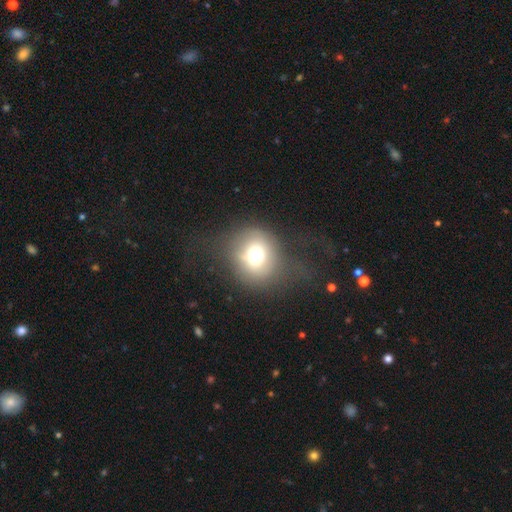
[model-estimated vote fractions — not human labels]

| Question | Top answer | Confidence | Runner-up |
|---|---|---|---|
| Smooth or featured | smooth | 66% | featured or disk (17%) |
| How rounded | round | 81% | in between (18%) |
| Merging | none | 57% | major disturbance (21%) |